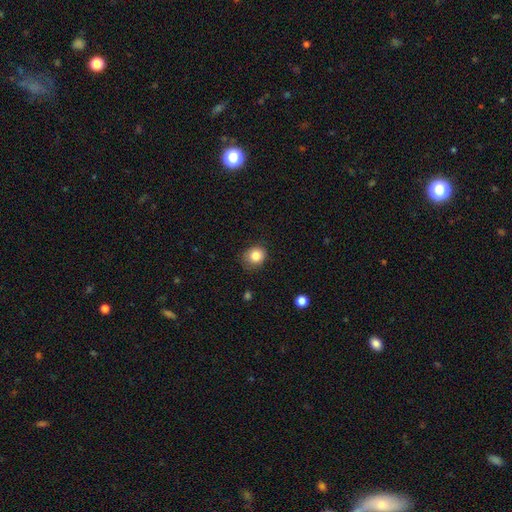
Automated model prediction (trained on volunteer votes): A smooth galaxy with no disk features (84%) that is round (77%).

Vote fractions:
- Smooth or featured? smooth: 84% / star or artifact: 10% / featured or disk: 6%
- How rounded? round: 77% / in between: 22% / cigar-shaped: 1%
- Merging? none: 75% / minor disturbance: 20% / major disturbance: 4% / merger: 1%